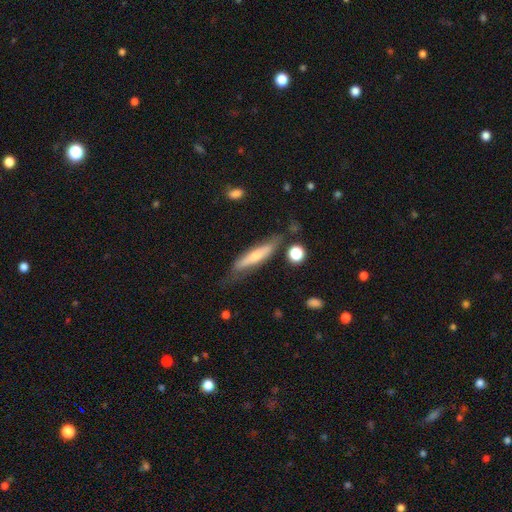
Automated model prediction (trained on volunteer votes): A smooth galaxy with no disk features (49%). Merging: none (66%).